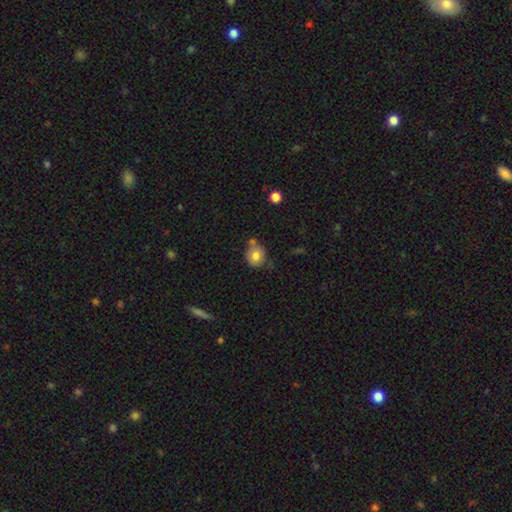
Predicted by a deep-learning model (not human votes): Smooth or featured? smooth (78%)
How rounded? round (74%)
Merging? none (59%)